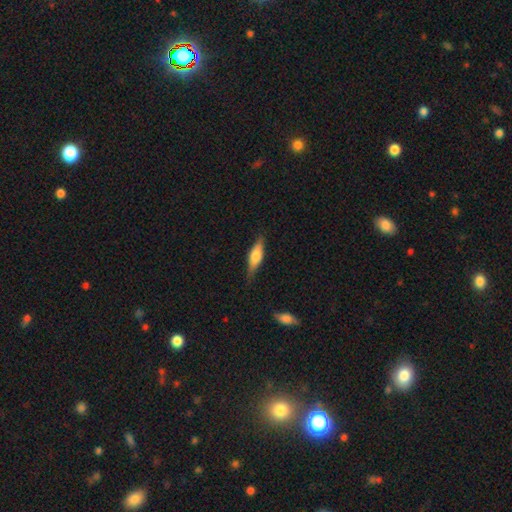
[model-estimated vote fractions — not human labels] Smooth or featured? smooth (55%)
How rounded? cigar-shaped (49%, tied with in between)
Merging? none (79%)